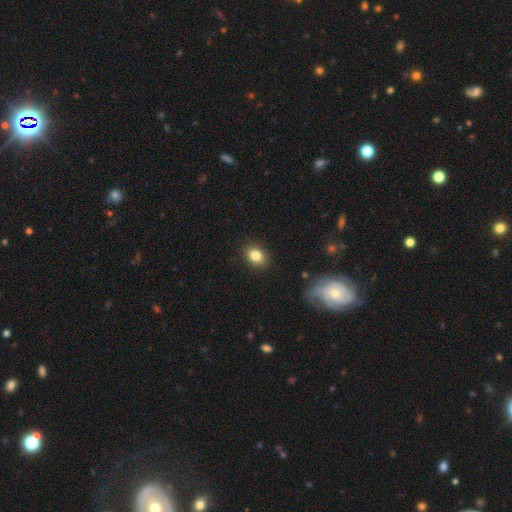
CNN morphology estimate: Smooth or featured? smooth (84%)
How rounded? in between (66%)
Merging? none (87%)